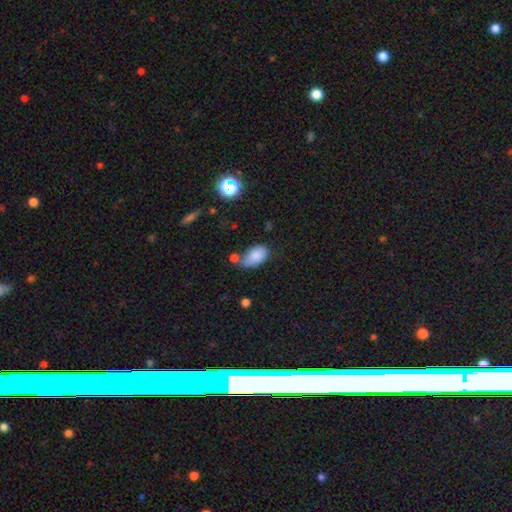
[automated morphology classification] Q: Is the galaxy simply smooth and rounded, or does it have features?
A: smooth — 83%.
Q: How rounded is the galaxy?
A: in between — 91%.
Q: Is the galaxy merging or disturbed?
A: none — 43%.